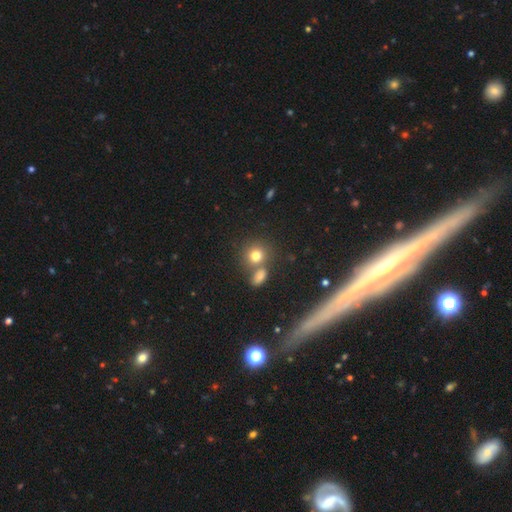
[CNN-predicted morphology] The model was most divided on "merging": none: 58%, merger: 28%, minor disturbance: 10%, major disturbance: 4%. More confident: how rounded — round (81%); smooth or featured — smooth (76%).